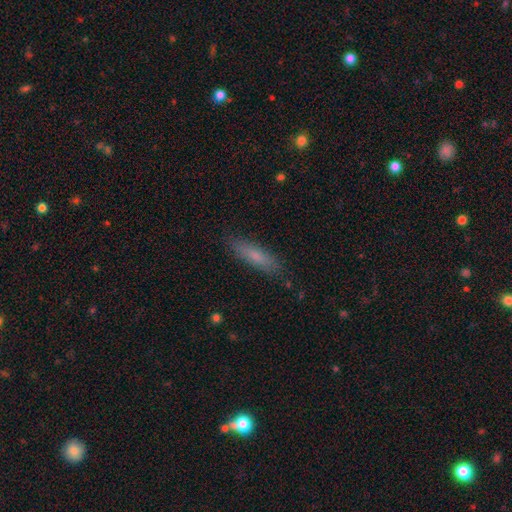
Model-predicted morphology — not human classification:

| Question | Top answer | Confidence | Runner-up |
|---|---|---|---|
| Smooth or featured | smooth | 73% | featured or disk (19%) |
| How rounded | cigar-shaped | 71% | in between (27%) |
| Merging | none | 86% | minor disturbance (11%) |